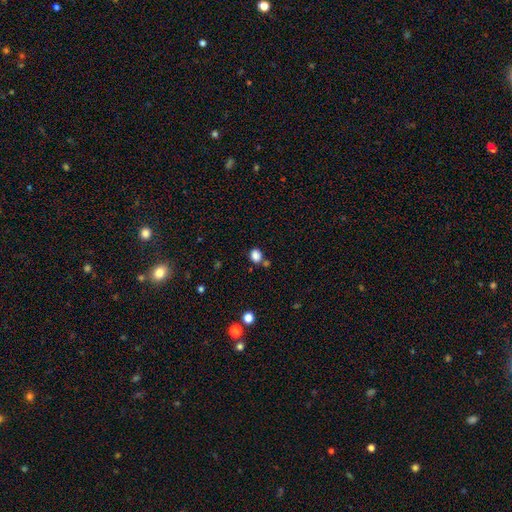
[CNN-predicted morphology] smooth-or-featured: smooth: 84% | star or artifact: 11% | featured or disk: 5%
  how-rounded: round: 51% | in between: 48% | cigar-shaped: 1%
  merging: none: 67% | merger: 15% | minor disturbance: 14% | major disturbance: 4%